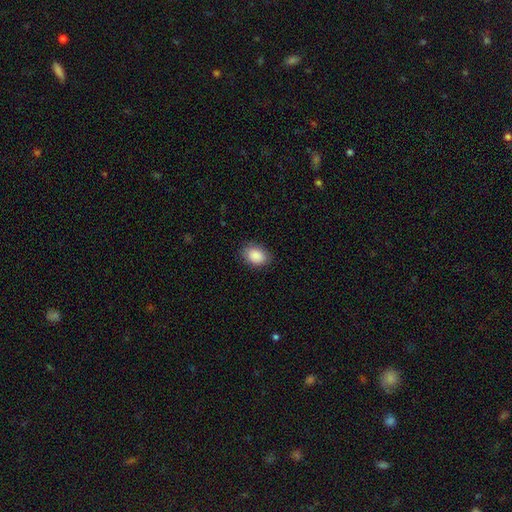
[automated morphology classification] A smooth galaxy with no disk features (89%) that is in between round and cigar-shaped (82%).

Vote fractions:
- Smooth or featured? smooth: 89% / star or artifact: 7% / featured or disk: 4%
- How rounded? in between: 82% / round: 17% / cigar-shaped: 1%
- Merging? none: 84% / minor disturbance: 12% / major disturbance: 3% / merger: 1%